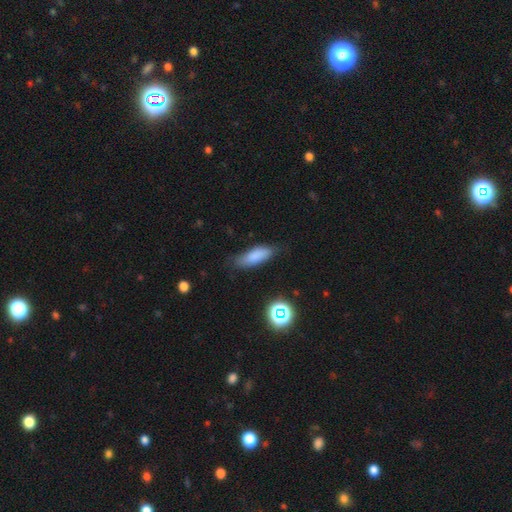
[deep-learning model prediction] Smooth or featured? smooth (81%)
How rounded? in between (65%)
Merging? none (74%)